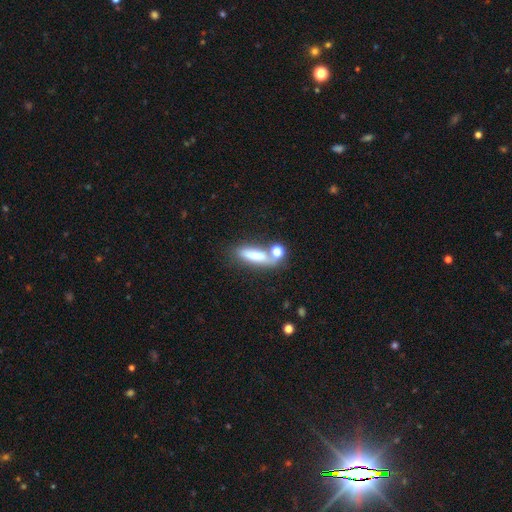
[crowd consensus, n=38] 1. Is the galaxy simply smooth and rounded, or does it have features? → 71% smooth, 16% featured or disk, 13% star or artifact.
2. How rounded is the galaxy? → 63% cigar-shaped, 37% in between, 0% round.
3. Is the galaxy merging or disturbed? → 39% none, 24% merger, 21% minor disturbance, 15% major disturbance.